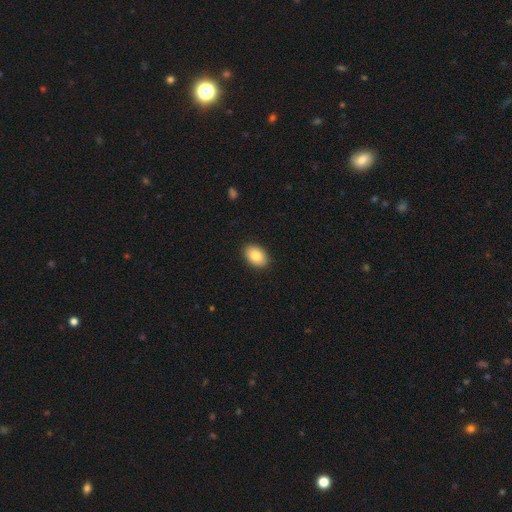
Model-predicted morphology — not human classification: A smooth galaxy with no disk features (87%) that is in between round and cigar-shaped (85%).

Vote fractions:
- Smooth or featured? smooth: 87% / star or artifact: 7% / featured or disk: 6%
- How rounded? in between: 85% / round: 14% / cigar-shaped: 1%
- Merging? none: 90% / minor disturbance: 7% / major disturbance: 2% / merger: 1%